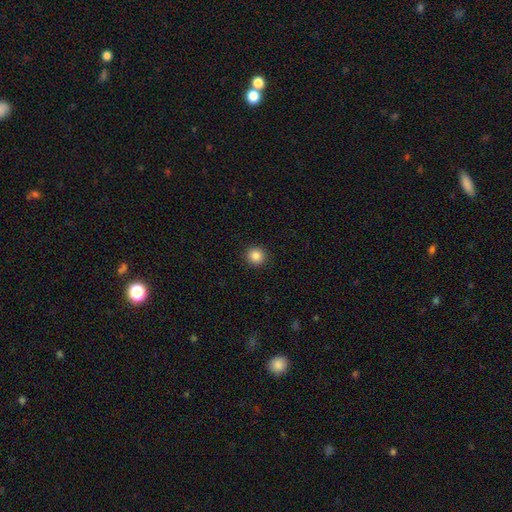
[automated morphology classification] smooth-or-featured: smooth: 85% | star or artifact: 10% | featured or disk: 4%
  how-rounded: round: 92% | in between: 7% | cigar-shaped: 1%
  merging: none: 92% | minor disturbance: 5% | major disturbance: 2% | merger: 1%